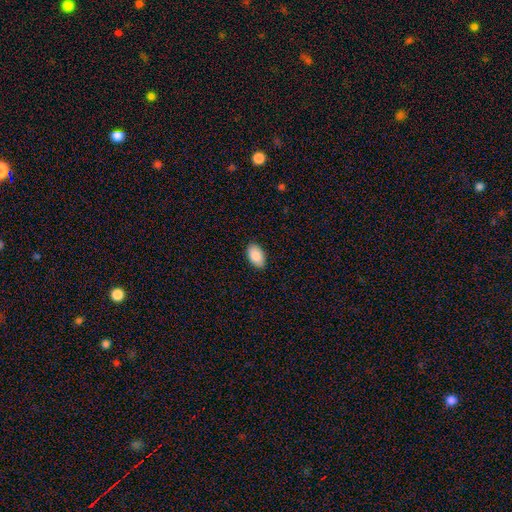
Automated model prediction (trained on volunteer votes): Q: Smooth or featured?
A: smooth (90%); runner-up: star or artifact (6%)
Q: How rounded?
A: in between (94%); runner-up: round (5%)
Q: Merging?
A: none (87%); runner-up: minor disturbance (10%)